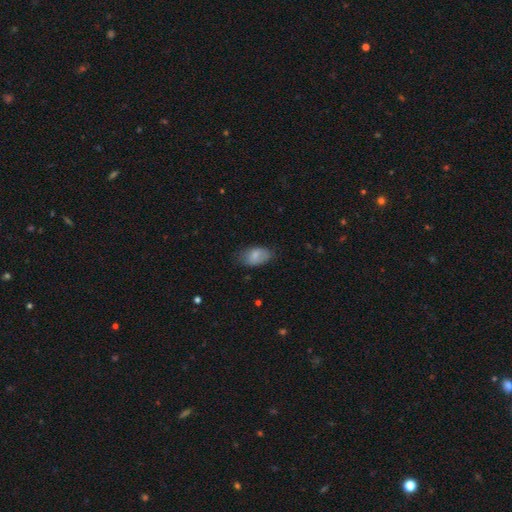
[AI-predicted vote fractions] Smooth or featured: smooth — 79% (featured or disk — 14%)
How rounded: in between — 93% (round — 5%)
Merging: none — 66% (minor disturbance — 26%)